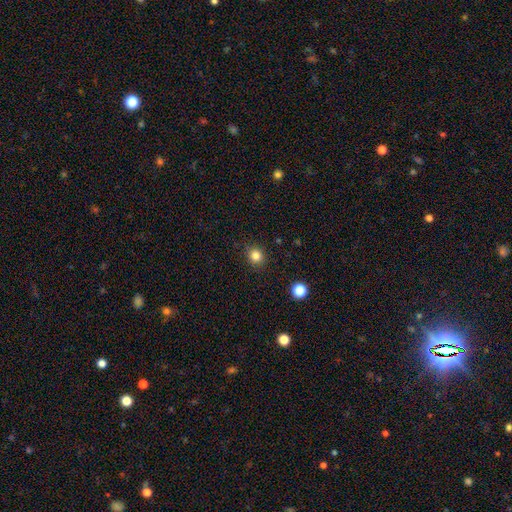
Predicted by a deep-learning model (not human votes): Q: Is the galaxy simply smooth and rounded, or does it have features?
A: smooth — 83%.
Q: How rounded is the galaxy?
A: round — 83%.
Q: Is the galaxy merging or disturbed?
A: none — 88%.